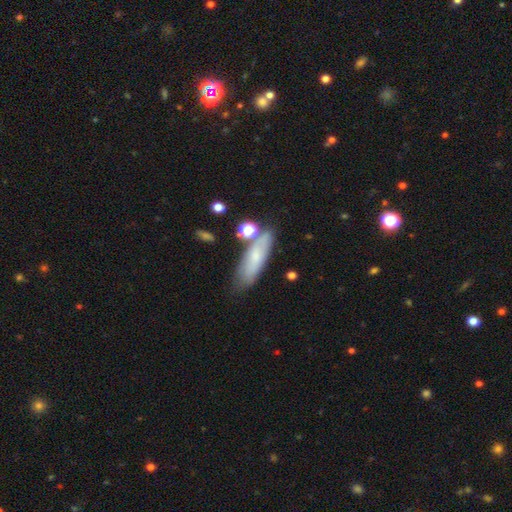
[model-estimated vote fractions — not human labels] Smooth or featured? smooth (65%)
How rounded? cigar-shaped (51%)
Merging? none (64%)